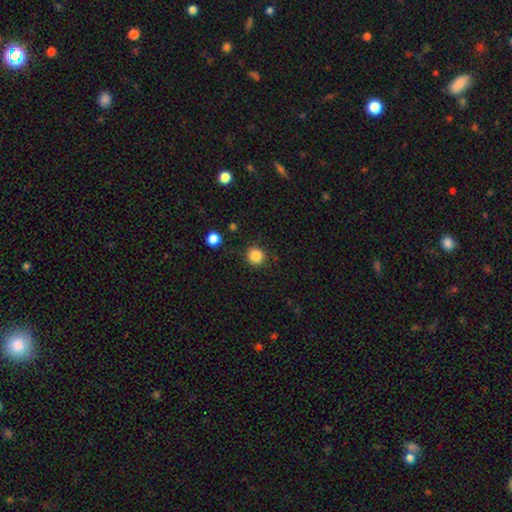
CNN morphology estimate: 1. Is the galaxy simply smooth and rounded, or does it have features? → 86% smooth, 11% star or artifact, 3% featured or disk.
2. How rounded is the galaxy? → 93% round, 6% in between, 1% cigar-shaped.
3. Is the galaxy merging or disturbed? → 89% none, 7% minor disturbance, 2% major disturbance, 2% merger.